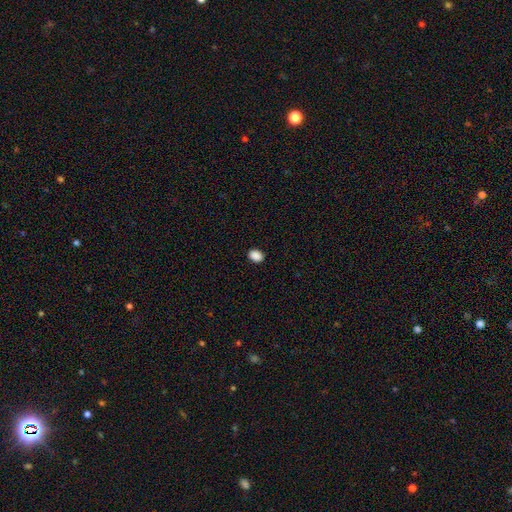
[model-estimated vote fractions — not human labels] smooth 89%, star or artifact 9%, featured or disk 2%. Down the decision tree: how rounded — in between (69%); merging — none (90%).